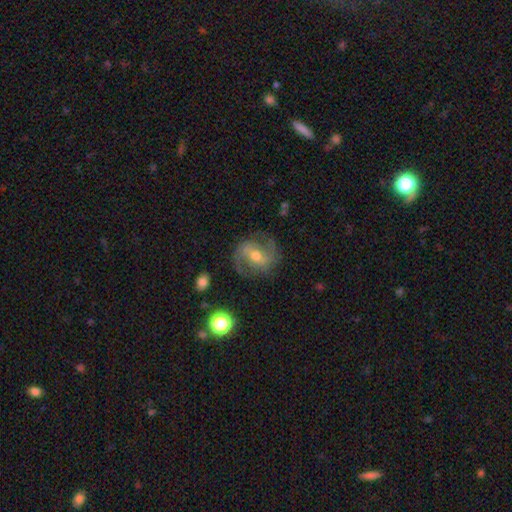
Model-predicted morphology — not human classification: smooth_or_featured: featured or disk (p=0.81) [alt: smooth p=0.12]
disk_edge_on: no (p=0.97) [alt: yes p=0.03]
bar: weak (p=0.45) [alt: strong p=0.31]
has_spiral_arms: yes (p=0.93) [alt: no p=0.07]
spiral_winding: medium (p=0.52) [alt: loose p=0.26]
spiral_arm_count: 2 (p=0.86) [alt: can't tell p=0.06]
bulge_size: moderate (p=0.62) [alt: small p=0.33]
merging: none (p=0.78) [alt: minor disturbance p=0.14]